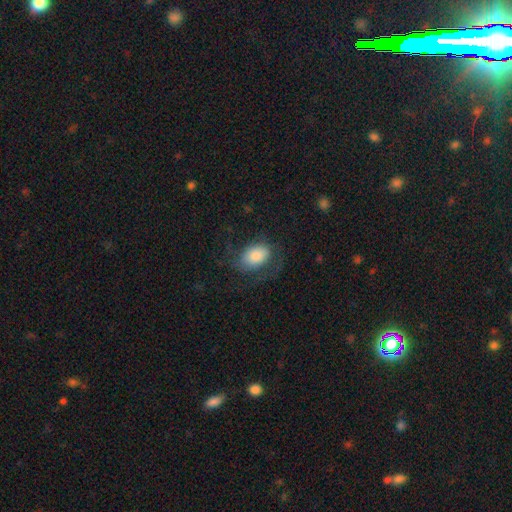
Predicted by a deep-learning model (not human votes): smooth_or_featured: smooth (p=0.62) [alt: featured or disk p=0.30]
how_rounded: in between (p=0.82) [alt: round p=0.16]
merging: none (p=0.52) [alt: major disturbance p=0.25]